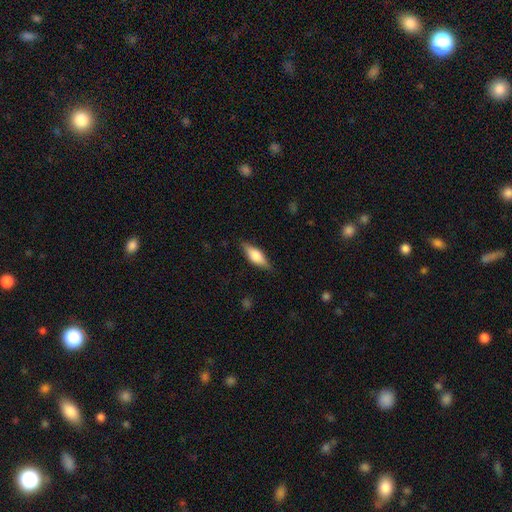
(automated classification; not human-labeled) Smooth or featured? smooth (60%)
How rounded? in between (66%)
Merging? none (84%)